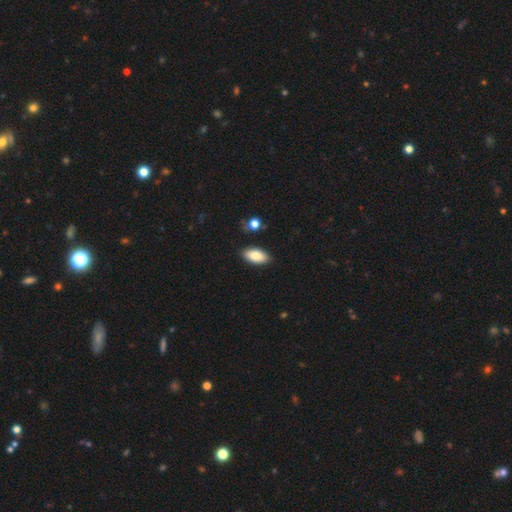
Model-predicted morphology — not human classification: Smooth or featured?
  - smooth: 84% *
  - featured or disk: 9%
  - star or artifact: 7%
How rounded?
  - in between: 92% *
  - cigar-shaped: 5%
  - round: 3%
Merging?
  - none: 87% *
  - minor disturbance: 9%
  - merger: 2%
  - major disturbance: 2%